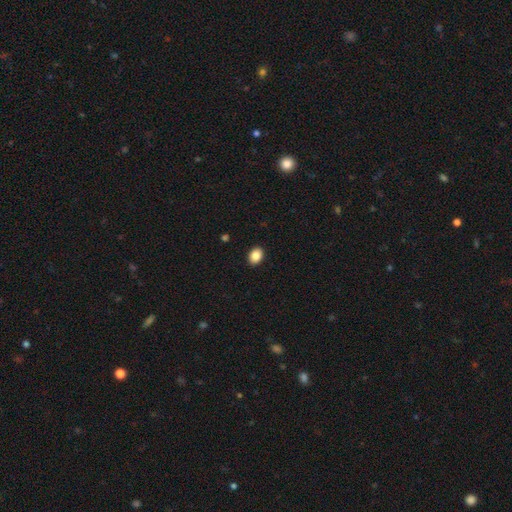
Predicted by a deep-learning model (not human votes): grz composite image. It shows a smooth galaxy with no disk features (87%) that is in between round and cigar-shaped (70%). Merging: none (91%).